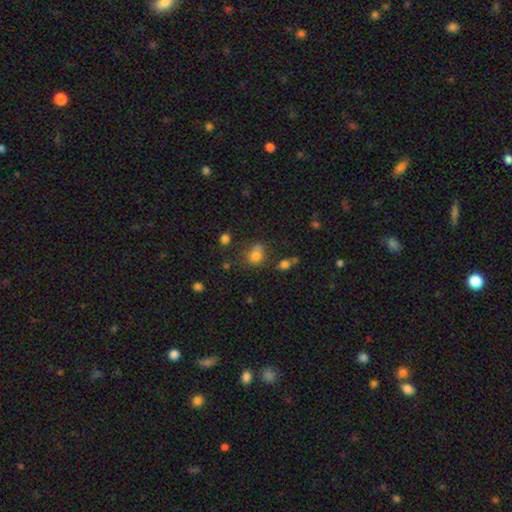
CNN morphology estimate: This is likely a smooth galaxy (75%). How rounded: likely round (61%). Merging: possibly none (48%).